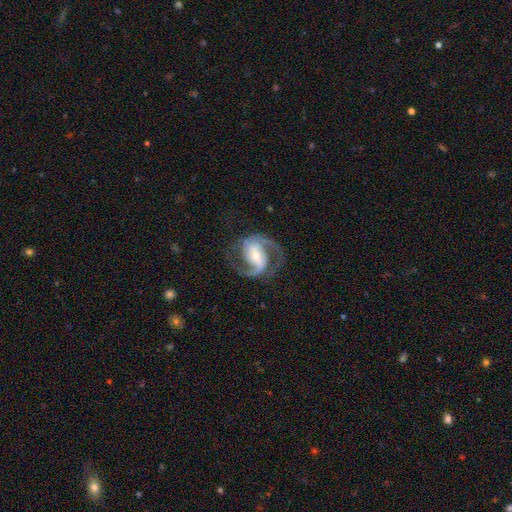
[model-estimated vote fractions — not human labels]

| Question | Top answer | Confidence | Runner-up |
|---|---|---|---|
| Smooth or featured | featured or disk | 91% | star or artifact (5%) |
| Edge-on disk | no | 98% | yes (2%) |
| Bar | weak | 38% | strong (36%) |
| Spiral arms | yes | 98% | no (2%) |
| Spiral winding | medium | 60% | loose (22%) |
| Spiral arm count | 2 | 91% | 3 (3%) |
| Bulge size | moderate | 52% | small (42%) |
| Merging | none | 75% | minor disturbance (14%) |